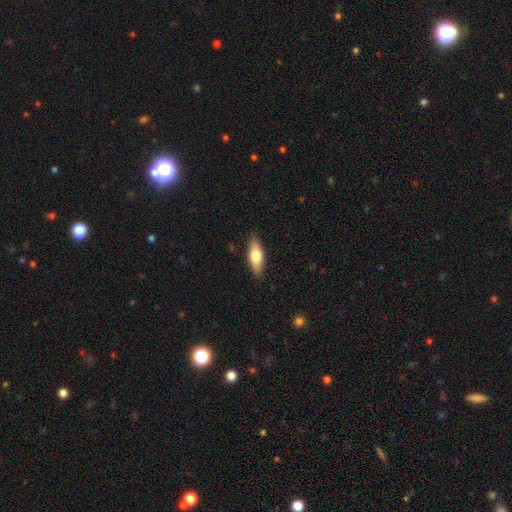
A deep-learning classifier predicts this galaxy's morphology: A smooth galaxy with no disk features (66%) that is in between round and cigar-shaped (63%).

Vote fractions:
- Smooth or featured? smooth: 66% / featured or disk: 28% / star or artifact: 6%
- How rounded? in between: 63% / cigar-shaped: 34% / round: 3%
- Merging? none: 87% / minor disturbance: 10% / major disturbance: 2% / merger: 1%